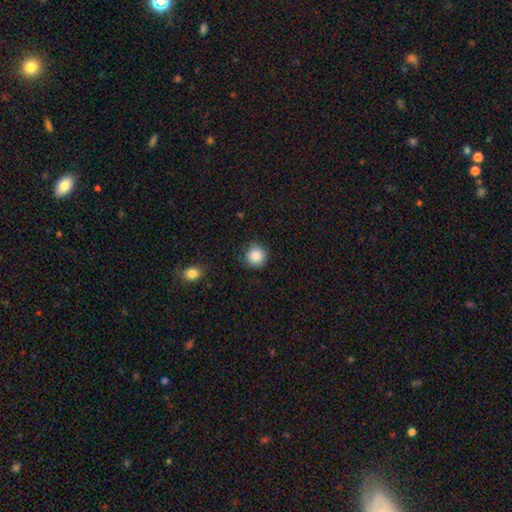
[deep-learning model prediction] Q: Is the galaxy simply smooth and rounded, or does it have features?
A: smooth — 88%.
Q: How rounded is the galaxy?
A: round — 94%.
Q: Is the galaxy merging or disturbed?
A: none — 86%.